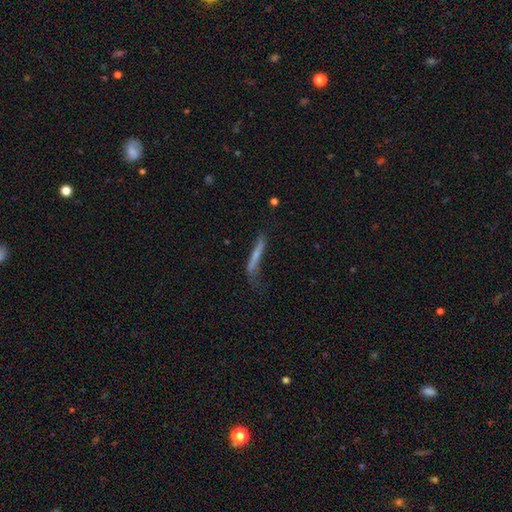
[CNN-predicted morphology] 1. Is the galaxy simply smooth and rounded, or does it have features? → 52% smooth, 40% featured or disk, 9% star or artifact.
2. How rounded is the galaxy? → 93% cigar-shaped, 5% in between, 2% round.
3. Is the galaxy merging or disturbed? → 43% none, 29% minor disturbance, 24% major disturbance, 4% merger.